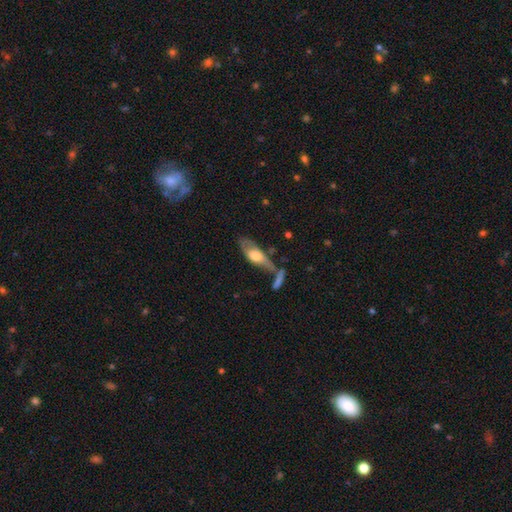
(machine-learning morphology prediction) Smooth or featured? Predicted: featured or disk (p=0.48). Merging? Predicted: none (p=0.44).